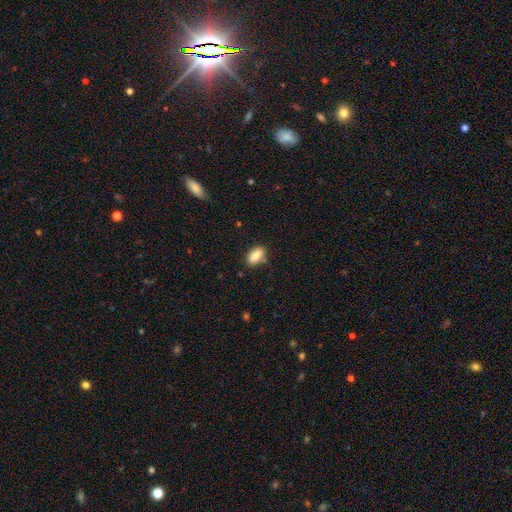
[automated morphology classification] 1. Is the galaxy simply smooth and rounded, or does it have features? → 83% smooth, 9% featured or disk, 8% star or artifact.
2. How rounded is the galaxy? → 90% in between, 6% round, 4% cigar-shaped.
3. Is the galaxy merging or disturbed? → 82% none, 13% minor disturbance, 3% merger, 3% major disturbance.